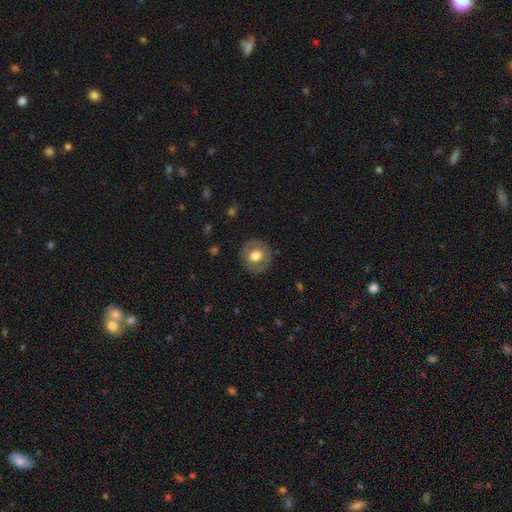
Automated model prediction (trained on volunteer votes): Smooth or featured: smooth — 66% (featured or disk — 27%)
How rounded: round — 86% (in between — 13%)
Merging: none — 85% (minor disturbance — 10%)